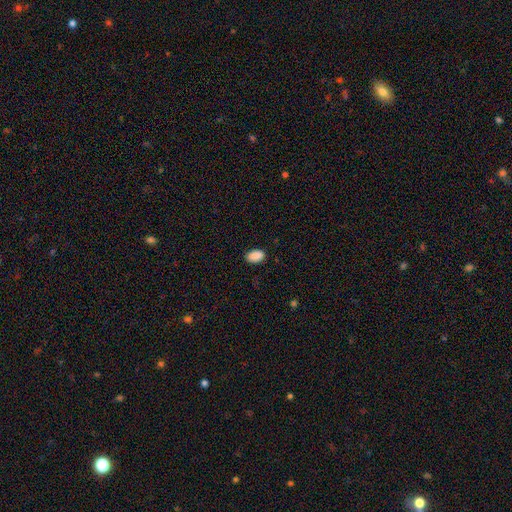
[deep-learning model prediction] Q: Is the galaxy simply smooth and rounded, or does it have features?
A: smooth — 90%.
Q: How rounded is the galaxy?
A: in between — 90%.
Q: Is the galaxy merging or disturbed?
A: none — 87%.